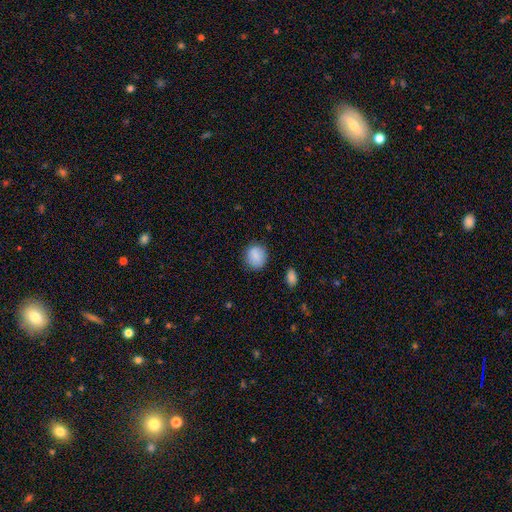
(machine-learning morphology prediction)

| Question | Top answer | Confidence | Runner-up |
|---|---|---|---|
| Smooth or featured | smooth | 87% | star or artifact (8%) |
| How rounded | round | 75% | in between (24%) |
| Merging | none | 83% | minor disturbance (12%) |